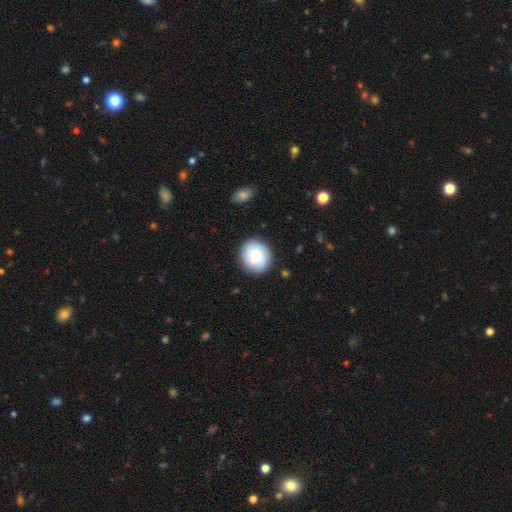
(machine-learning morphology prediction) Smooth or featured: smooth — 76% (featured or disk — 18%)
How rounded: round — 87% (in between — 13%)
Merging: none — 87% (minor disturbance — 9%)